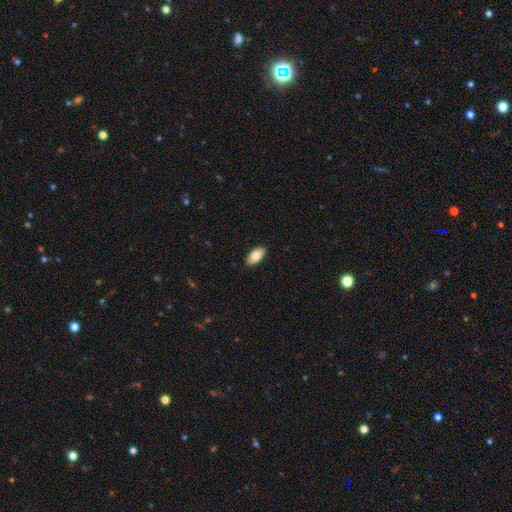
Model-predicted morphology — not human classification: type=smooth (79%); roundness=in between (93%); merging=none (90%).